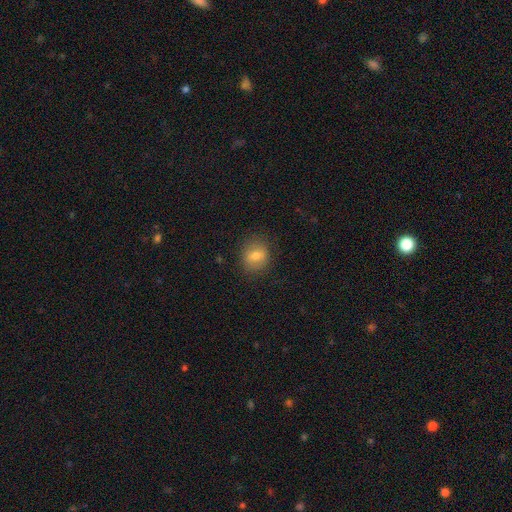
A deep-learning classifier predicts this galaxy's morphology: The model was most divided on "how rounded": round: 61%, in between: 38%, cigar-shaped: 2%. More confident: merging — none (82%); smooth or featured — smooth (73%).